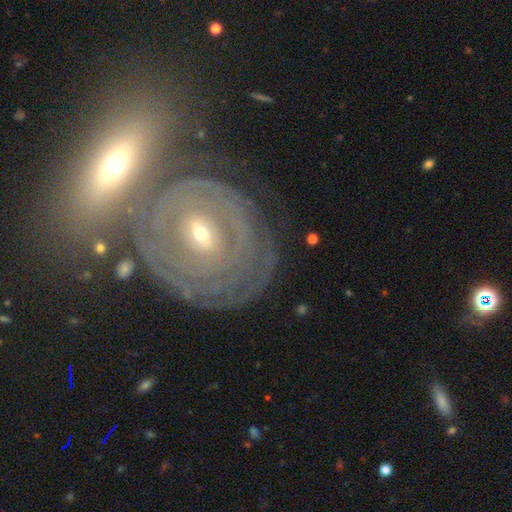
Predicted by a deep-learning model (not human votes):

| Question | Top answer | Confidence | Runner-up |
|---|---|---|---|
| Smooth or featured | featured or disk | 82% | smooth (11%) |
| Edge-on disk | no | 93% | yes (7%) |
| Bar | no | 48% | weak (35%) |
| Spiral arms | yes | 82% | no (18%) |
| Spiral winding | tight | 83% | medium (13%) |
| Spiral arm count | can't tell | 52% | 2 (20%) |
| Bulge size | small | 58% | moderate (37%) |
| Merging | none | 66% | merger (16%) |